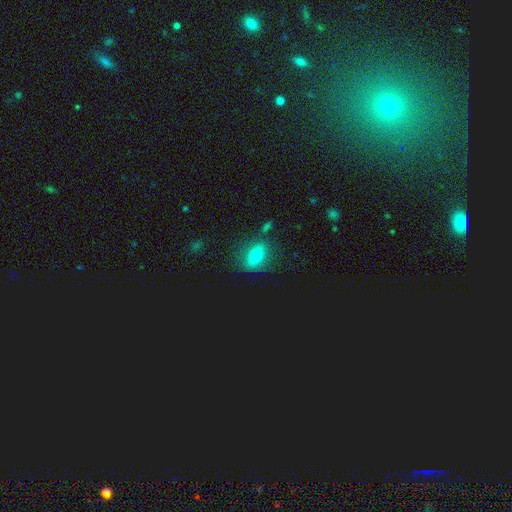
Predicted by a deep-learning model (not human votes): Overall: smooth (61%; featured or disk 24%). How rounded: in between (69%). Merging: none (74%).